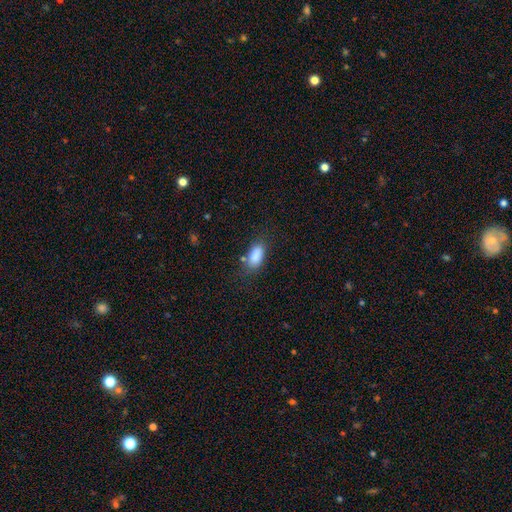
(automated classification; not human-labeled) A smooth galaxy with no disk features (86%) that is in between round and cigar-shaped (90%). Merging: none (67%).